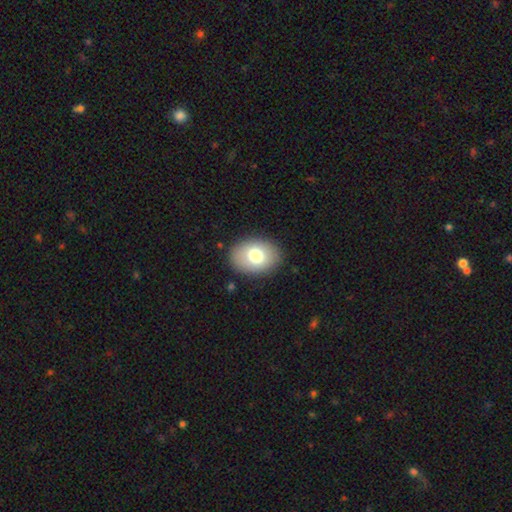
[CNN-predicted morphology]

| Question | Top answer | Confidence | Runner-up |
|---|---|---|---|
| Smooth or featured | smooth | 76% | featured or disk (16%) |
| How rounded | in between | 76% | round (23%) |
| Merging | none | 87% | minor disturbance (9%) |